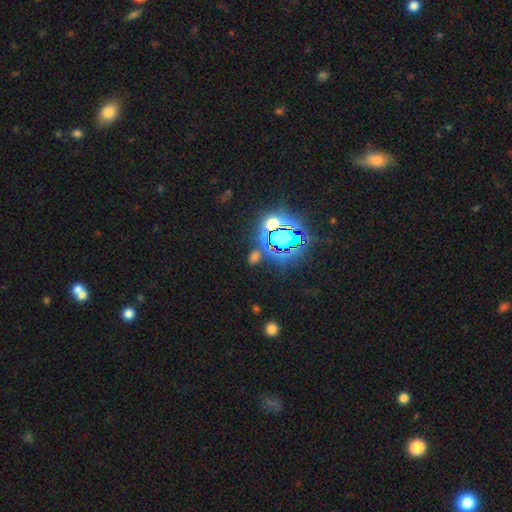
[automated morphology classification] Smooth or featured?
  - star or artifact: 53% *
  - smooth: 38%
  - featured or disk: 9%